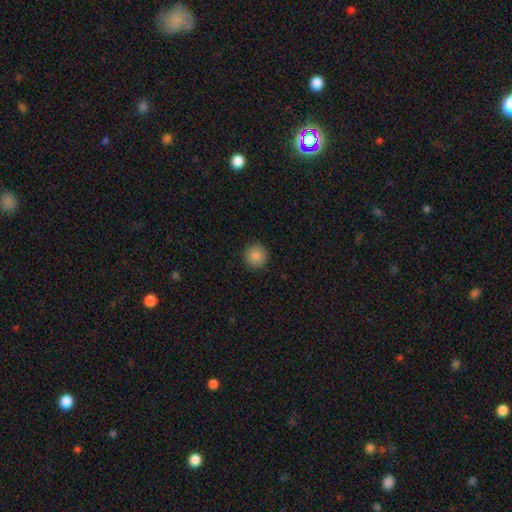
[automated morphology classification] type=smooth (87%); roundness=round (94%); merging=none (91%).